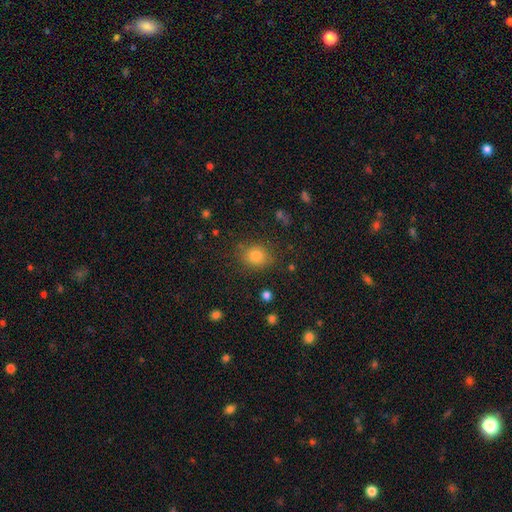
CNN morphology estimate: smooth-or-featured: smooth: 80% | star or artifact: 14% | featured or disk: 6%
  how-rounded: round: 71% | in between: 27% | cigar-shaped: 1%
  merging: none: 82% | minor disturbance: 11% | major disturbance: 4% | merger: 2%